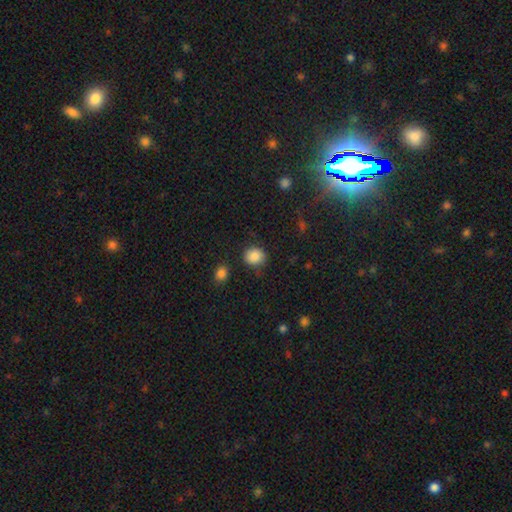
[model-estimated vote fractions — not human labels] Smooth or featured? Predicted: smooth (p=0.86). How rounded? Predicted: round (p=0.74). Merging? Predicted: none (p=0.80).